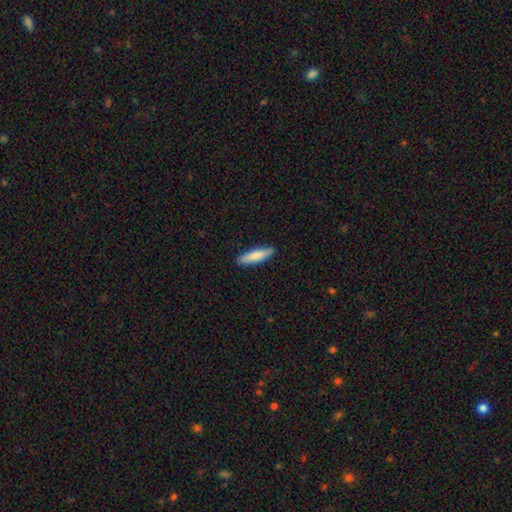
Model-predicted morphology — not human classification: A smooth galaxy with no disk features (81%) that is cigar-shaped (75%).

Vote fractions:
- Smooth or featured? smooth: 81% / featured or disk: 14% / star or artifact: 5%
- How rounded? cigar-shaped: 75% / in between: 23% / round: 1%
- Merging? none: 89% / minor disturbance: 9% / major disturbance: 2% / merger: 1%